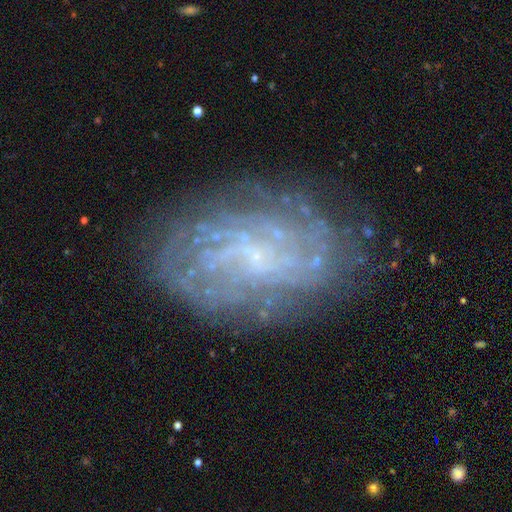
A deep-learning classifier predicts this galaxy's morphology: A featured or disk galaxy (75%) with no bar (63%), tight (53%) spiral arms (77%) and a small central bulge (63%). Merging: none (74%).